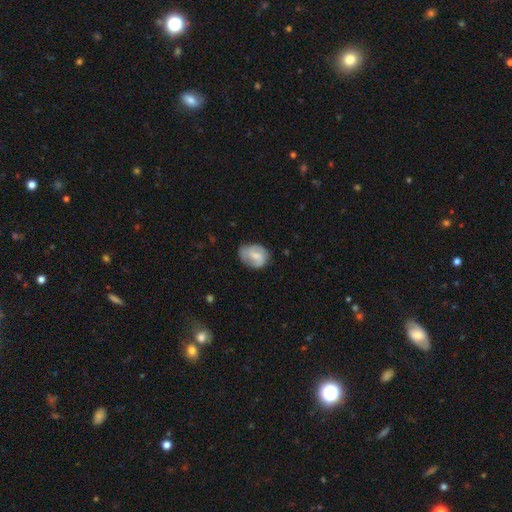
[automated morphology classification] smooth-or-featured: featured or disk: 48% | smooth: 45% | star or artifact: 7%
  merging: none: 62% | minor disturbance: 27% | major disturbance: 9% | merger: 2%